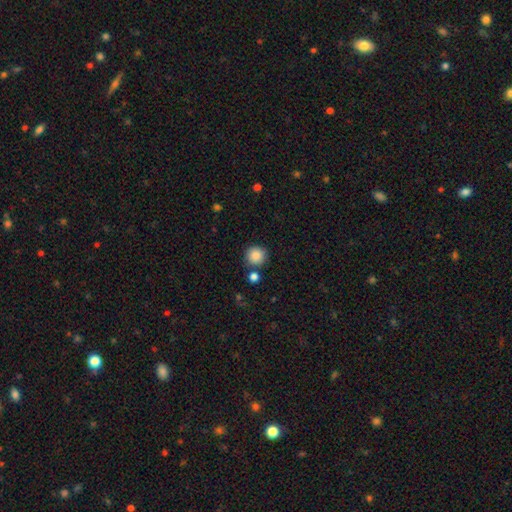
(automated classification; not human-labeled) Smooth or featured?
  - smooth: 86% *
  - star or artifact: 10%
  - featured or disk: 5%
How rounded?
  - round: 93% *
  - in between: 6%
  - cigar-shaped: 1%
Merging?
  - none: 81% *
  - minor disturbance: 8%
  - merger: 8%
  - major disturbance: 3%